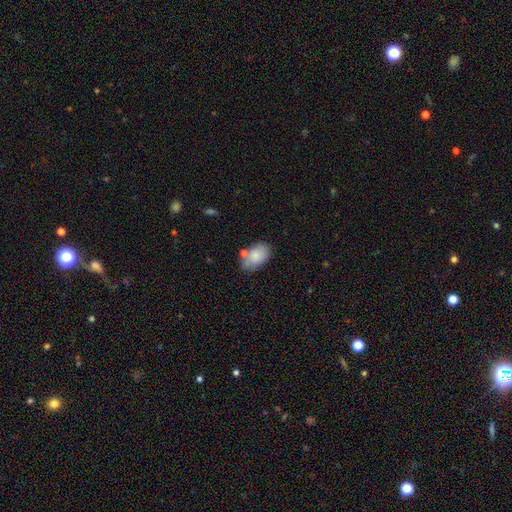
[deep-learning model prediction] smooth-or-featured: smooth: 83% | featured or disk: 11% | star or artifact: 7%
  how-rounded: in between: 91% | round: 7% | cigar-shaped: 1%
  merging: none: 67% | minor disturbance: 19% | merger: 10% | major disturbance: 4%